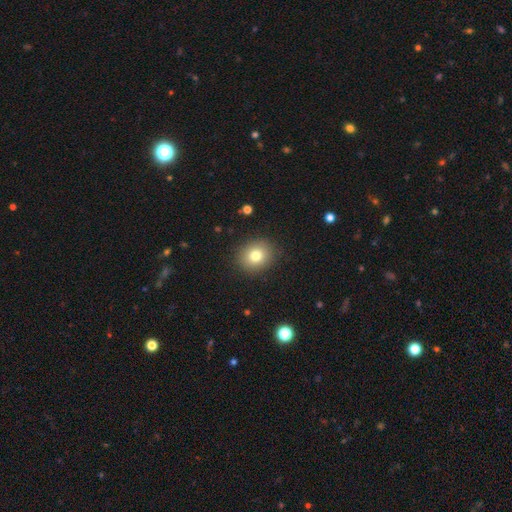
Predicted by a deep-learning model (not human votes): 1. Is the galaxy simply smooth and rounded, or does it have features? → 78% smooth, 12% star or artifact, 10% featured or disk.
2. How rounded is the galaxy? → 74% round, 25% in between, 1% cigar-shaped.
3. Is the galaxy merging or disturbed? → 89% none, 8% minor disturbance, 3% major disturbance, 1% merger.